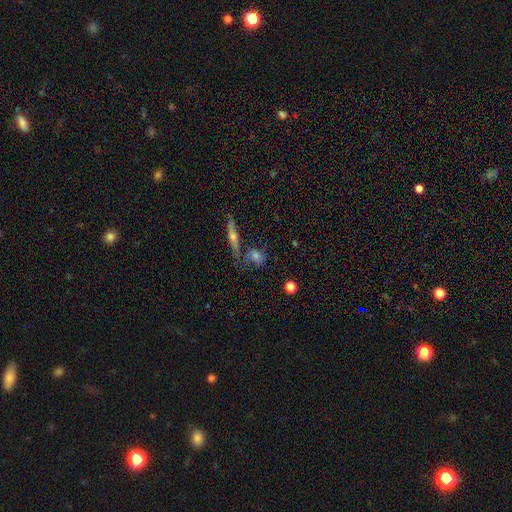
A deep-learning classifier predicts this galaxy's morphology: Smooth or featured: smooth — 58% (featured or disk — 28%)
How rounded: round — 47% (in between — 39%)
Merging: none — 60% (merger — 16%)